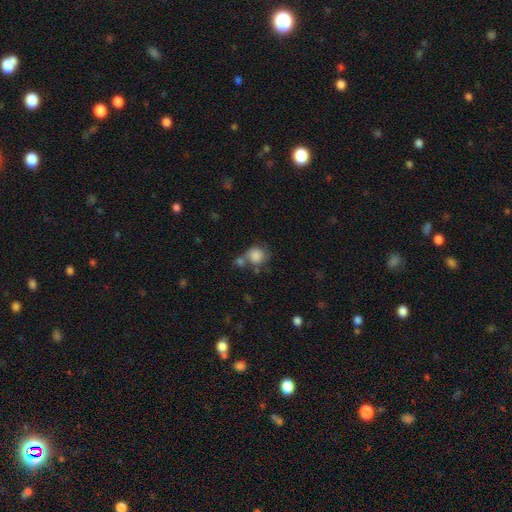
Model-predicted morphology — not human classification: Overall: smooth (81%). How rounded: round (81%). Merging: none (40%; merger 31%).